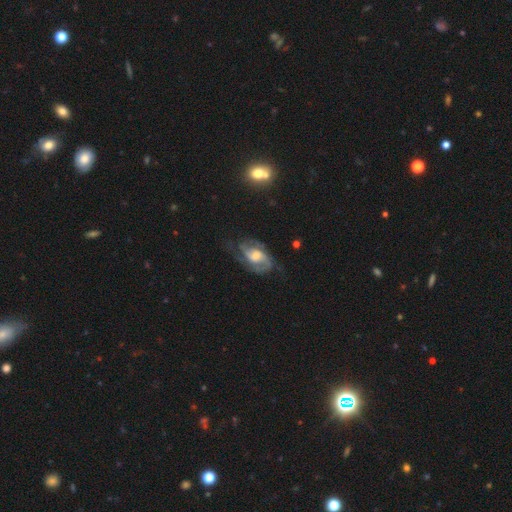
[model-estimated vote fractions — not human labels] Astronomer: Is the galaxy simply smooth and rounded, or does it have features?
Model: featured or disk — 85%.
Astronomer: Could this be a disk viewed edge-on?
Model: no — 97%.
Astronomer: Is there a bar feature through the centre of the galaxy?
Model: no — 51% (runner-up: weak, 40%).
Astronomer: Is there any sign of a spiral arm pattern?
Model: yes — 95%.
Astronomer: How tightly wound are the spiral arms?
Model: medium — 50% (runner-up: tight, 31%).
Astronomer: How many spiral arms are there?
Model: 2 — 63%.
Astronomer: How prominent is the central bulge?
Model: moderate — 60%.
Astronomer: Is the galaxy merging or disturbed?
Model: none — 62%.